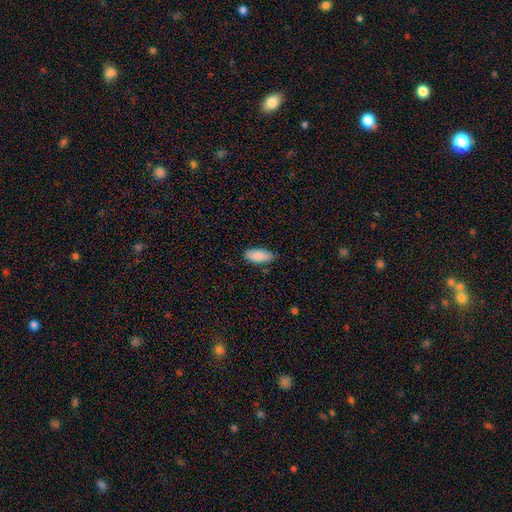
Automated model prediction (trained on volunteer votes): Morphology: type=smooth (87%); roundness=in between (89%); merging=none (80%).